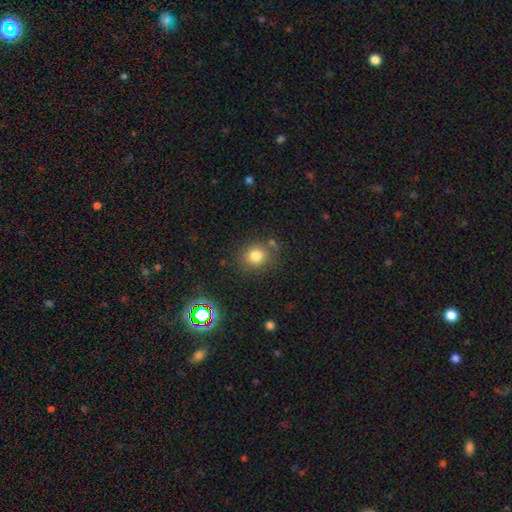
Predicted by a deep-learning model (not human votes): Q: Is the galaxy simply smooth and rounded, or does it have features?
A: smooth — 79%.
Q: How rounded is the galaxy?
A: round — 83%.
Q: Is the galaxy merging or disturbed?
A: none — 78%.